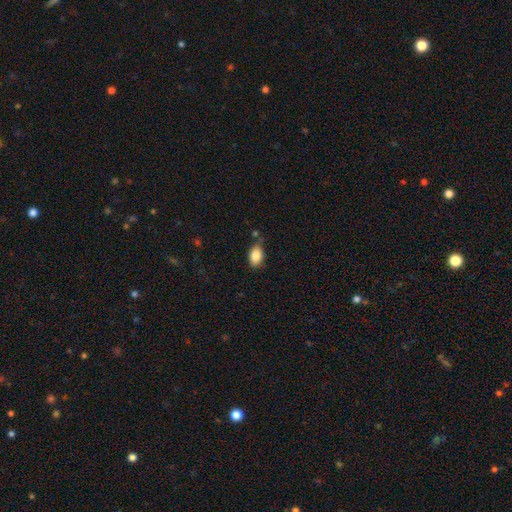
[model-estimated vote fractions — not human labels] smooth 86%, star or artifact 8%, featured or disk 7%. Down the decision tree: how rounded — in between (88%); merging — none (73%).